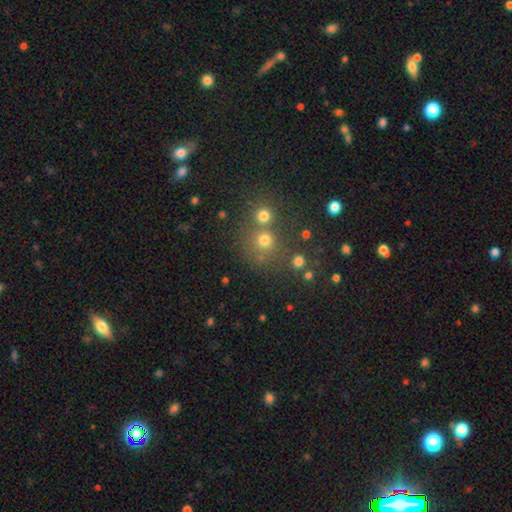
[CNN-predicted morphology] A smooth galaxy with no disk features (47%).

Vote fractions:
- Smooth or featured? smooth: 47% / star or artifact: 43% / featured or disk: 11%
- Merging? none: 60% / merger: 29% / minor disturbance: 8% / major disturbance: 4%